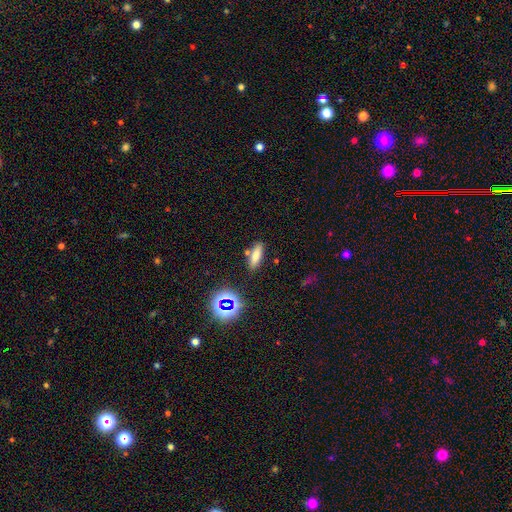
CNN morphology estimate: type=smooth (74%); roundness=in between (49%); merging=none (77%).